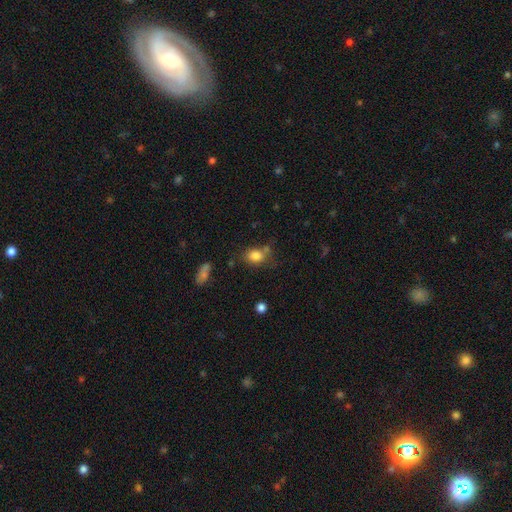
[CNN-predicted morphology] Smooth or featured? smooth (82%)
How rounded? in between (53%)
Merging? none (62%)